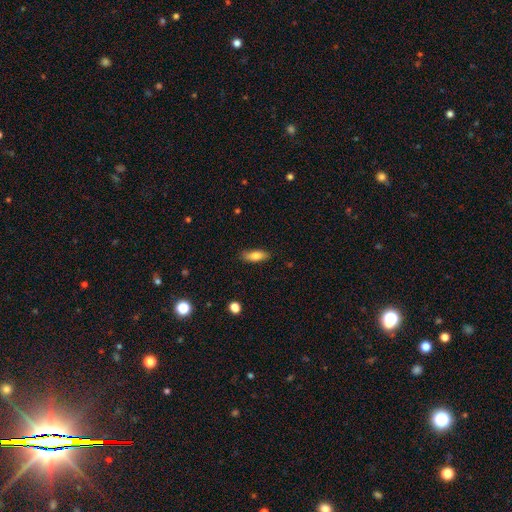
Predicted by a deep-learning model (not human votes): A smooth galaxy with no disk features (81%) that is in between round and cigar-shaped (68%).

Vote fractions:
- Smooth or featured? smooth: 81% / featured or disk: 12% / star or artifact: 7%
- How rounded? in between: 68% / cigar-shaped: 30% / round: 3%
- Merging? none: 83% / minor disturbance: 13% / major disturbance: 3% / merger: 1%